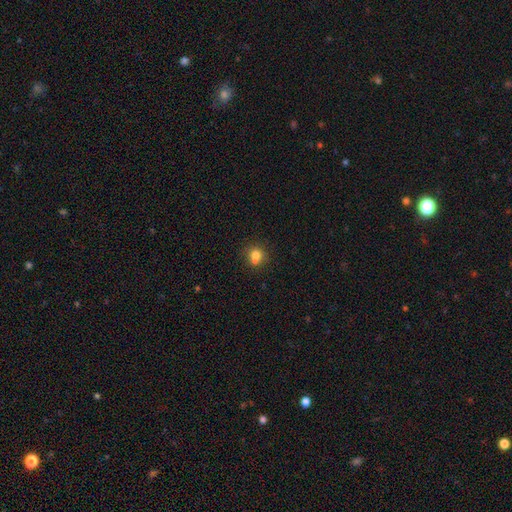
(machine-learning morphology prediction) The model was most divided on "merging": none: 49%, merger: 36%, minor disturbance: 11%, major disturbance: 4%. More confident: how rounded — round (78%); smooth or featured — smooth (74%).